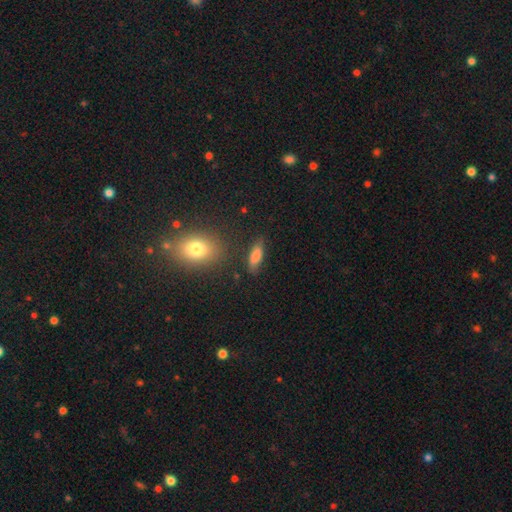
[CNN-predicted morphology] Overall: smooth (80%). How rounded: in between (55%; cigar-shaped 41%). Merging: none (78%).